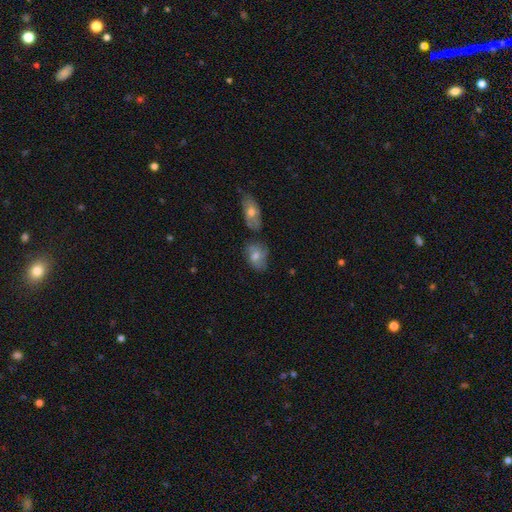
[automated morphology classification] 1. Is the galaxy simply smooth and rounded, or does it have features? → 51% smooth, 38% featured or disk, 11% star or artifact.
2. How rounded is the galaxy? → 66% in between, 32% round, 2% cigar-shaped.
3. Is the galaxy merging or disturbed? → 53% none, 22% minor disturbance, 16% merger, 9% major disturbance.